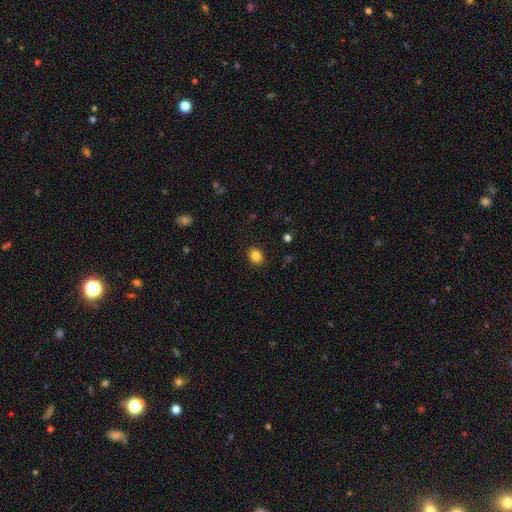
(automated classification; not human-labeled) smooth 85%, star or artifact 10%, featured or disk 5%. Down the decision tree: how rounded — round (59%); merging — none (90%).